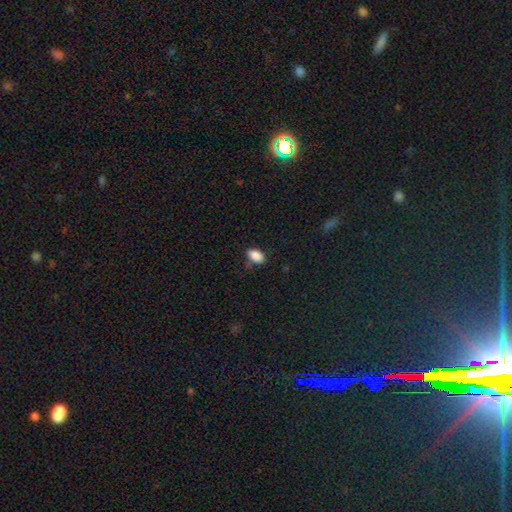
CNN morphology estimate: Q: Smooth or featured?
A: smooth (88%); runner-up: star or artifact (8%)
Q: How rounded?
A: in between (90%); runner-up: round (9%)
Q: Merging?
A: none (78%); runner-up: minor disturbance (16%)